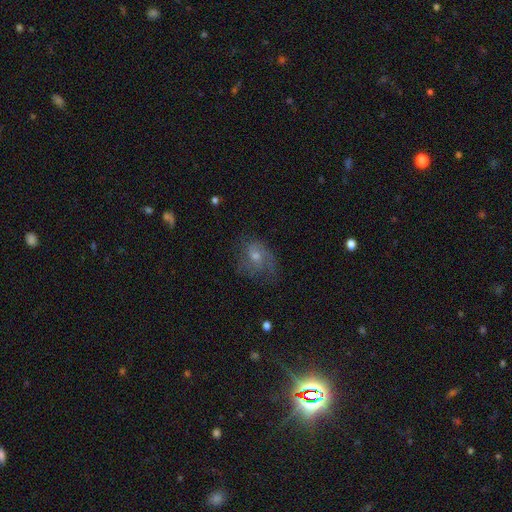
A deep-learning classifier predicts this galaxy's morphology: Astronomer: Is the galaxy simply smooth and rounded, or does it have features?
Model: featured or disk — 50% (runner-up: smooth, 33%).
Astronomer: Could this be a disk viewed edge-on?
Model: no — 95%.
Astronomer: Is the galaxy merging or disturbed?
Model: none — 56%.